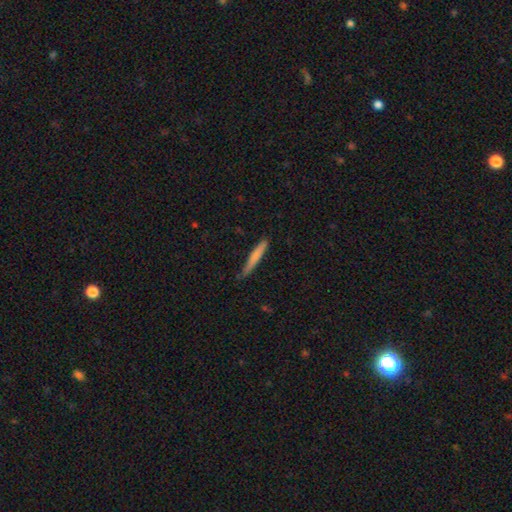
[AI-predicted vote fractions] The model was most divided on "smooth or featured": smooth: 72%, featured or disk: 22%, star or artifact: 6%. More confident: how rounded — cigar-shaped (95%); merging — none (75%).